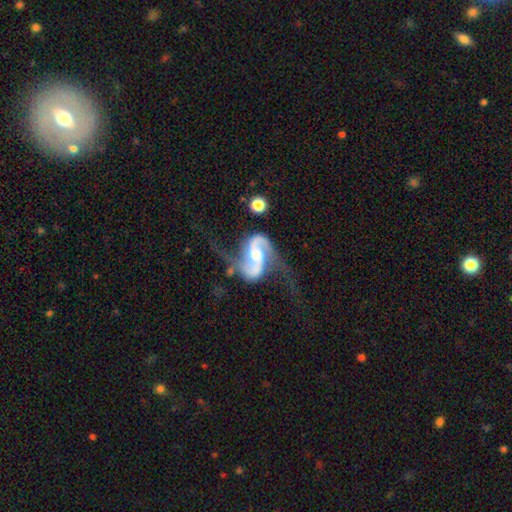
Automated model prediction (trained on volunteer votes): Overall: featured or disk (91%). Edge-on disk: no (98%). Bar: weak (42%; no 34%). Spiral arms: yes (97%). Spiral arm count: 2 (93%). Spiral winding: loose (54%; medium 37%). Bulge size: moderate (48%; small 28%). Merging: none (48%; major disturbance 26%).